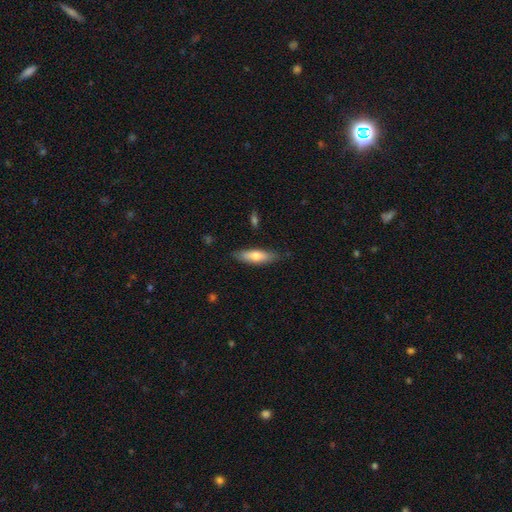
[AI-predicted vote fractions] Smooth or featured: smooth — 65% (featured or disk — 29%)
How rounded: cigar-shaped — 53% (in between — 44%)
Merging: none — 83% (minor disturbance — 13%)